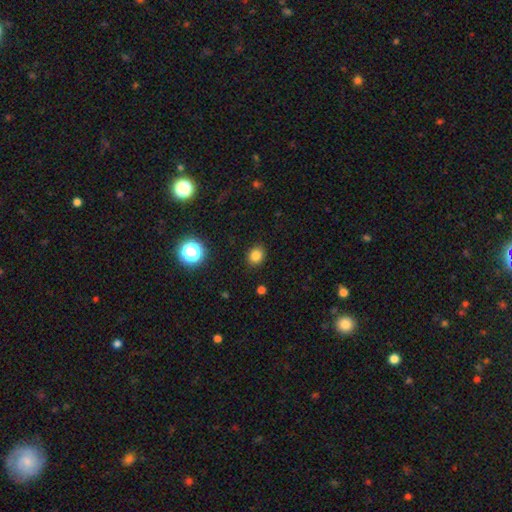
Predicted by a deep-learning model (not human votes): Smooth or featured? Predicted: smooth (p=0.81). How rounded? Predicted: round (p=0.59). Merging? Predicted: none (p=0.89).